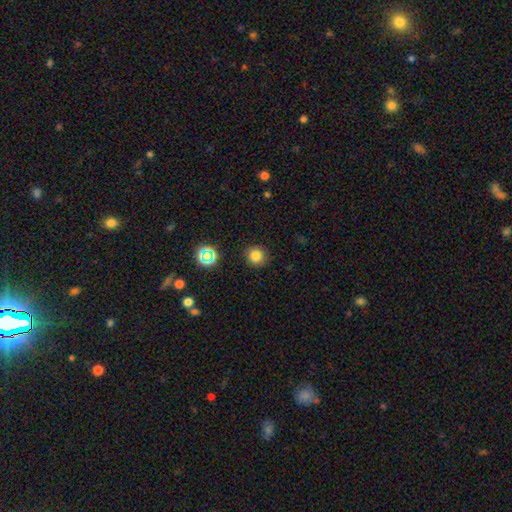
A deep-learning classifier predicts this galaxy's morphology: A smooth galaxy with no disk features (79%) that is round (91%). Merging: none (88%).